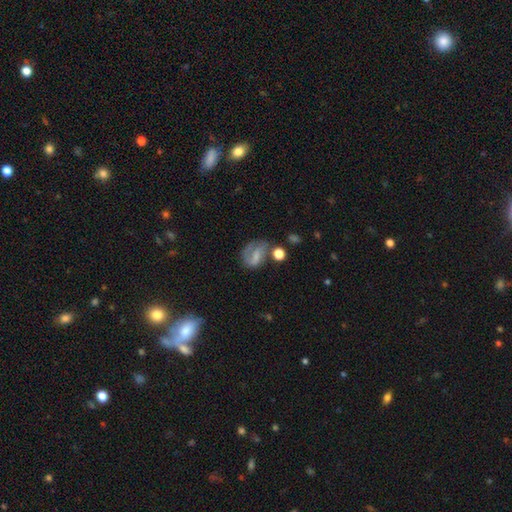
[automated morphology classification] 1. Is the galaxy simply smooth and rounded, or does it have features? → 49% featured or disk, 41% smooth, 11% star or artifact.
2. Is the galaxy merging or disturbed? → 44% none, 23% minor disturbance, 22% major disturbance, 11% merger.